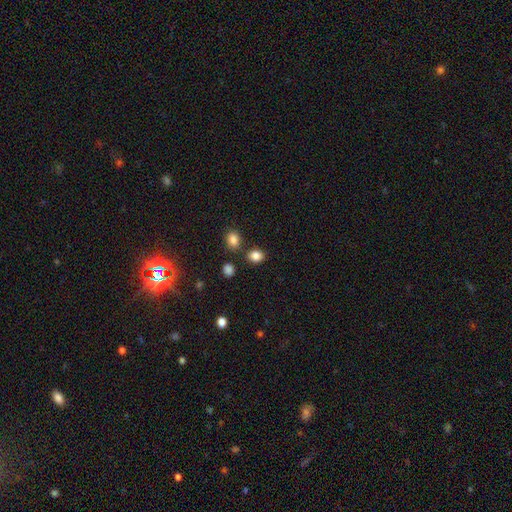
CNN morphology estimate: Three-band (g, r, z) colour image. It shows a smooth galaxy with no disk features (84%) that is in between round and cigar-shaped (51%). Merging: none (77%).